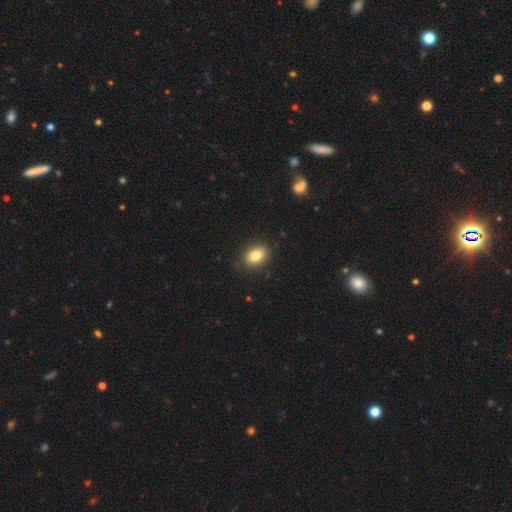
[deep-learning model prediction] This appears to be a smooth galaxy with no disk features (85%) that is in between round and cigar-shaped (81%). Merging: none (86%).